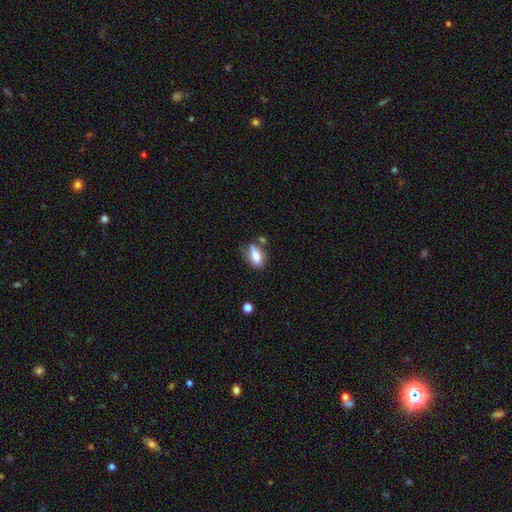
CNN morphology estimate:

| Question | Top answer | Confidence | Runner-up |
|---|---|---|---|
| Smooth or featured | smooth | 73% | featured or disk (18%) |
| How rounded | in between | 81% | cigar-shaped (12%) |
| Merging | none | 57% | minor disturbance (25%) |